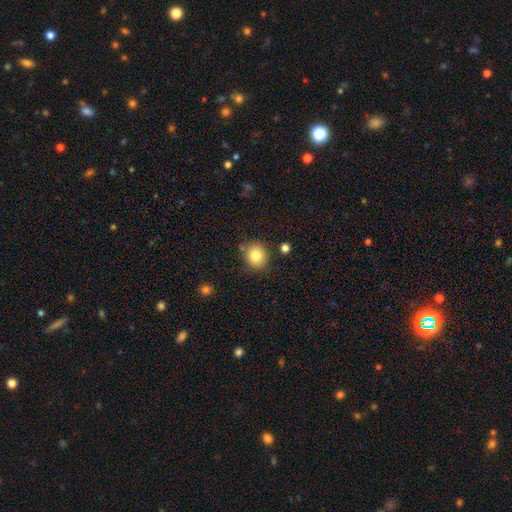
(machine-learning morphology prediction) This is clearly a smooth galaxy (82%). How rounded: clearly round (84%). Merging: clearly none (82%).